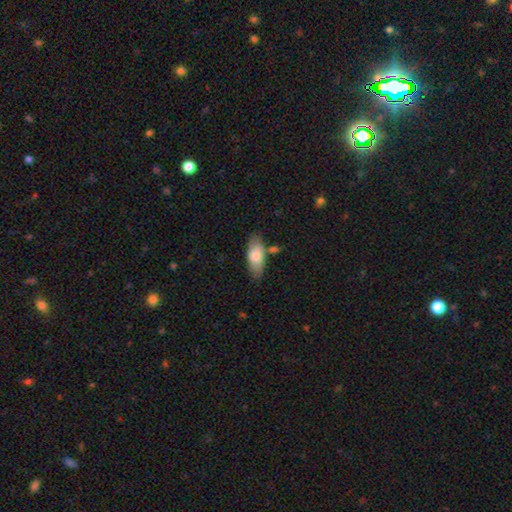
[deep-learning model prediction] Overall: smooth (76%). How rounded: in between (77%). Merging: none (70%).